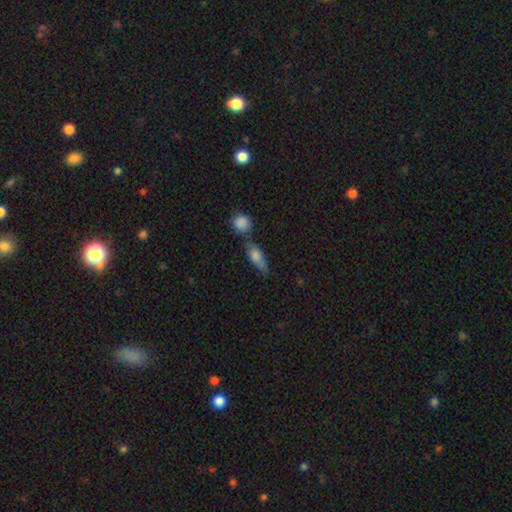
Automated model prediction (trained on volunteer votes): smooth-or-featured: smooth: 72% | featured or disk: 19% | star or artifact: 9%
  how-rounded: in between: 54% | cigar-shaped: 38% | round: 8%
  merging: none: 44% | merger: 27% | minor disturbance: 21% | major disturbance: 9%